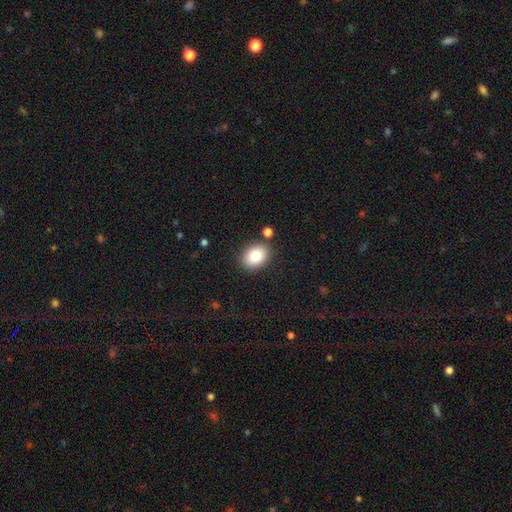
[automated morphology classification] A smooth galaxy with no disk features (84%) that is in between round and cigar-shaped (67%).

Vote fractions:
- Smooth or featured? smooth: 84% / star or artifact: 8% / featured or disk: 7%
- How rounded? in between: 67% / round: 32% / cigar-shaped: 1%
- Merging? none: 83% / minor disturbance: 10% / merger: 4% / major disturbance: 3%